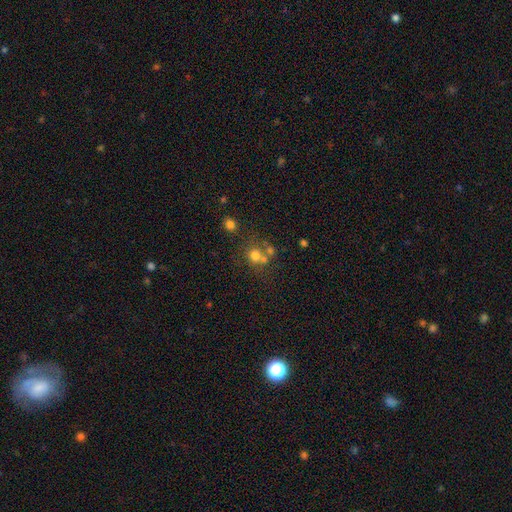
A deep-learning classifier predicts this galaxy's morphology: This appears to be a smooth galaxy with no disk features (68%) that is round (83%). Merging: none (49%).